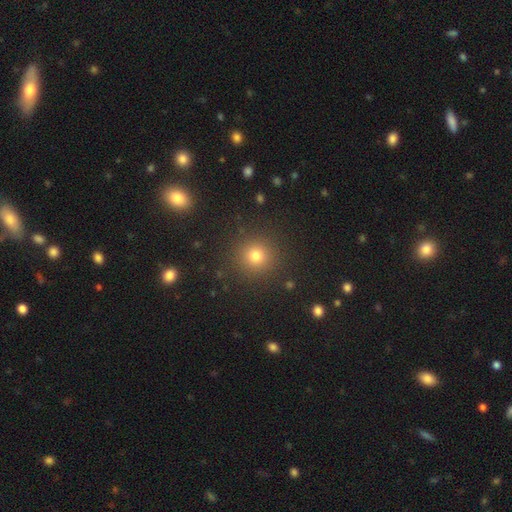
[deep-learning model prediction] Smooth or featured: smooth — 76% (star or artifact — 18%)
How rounded: round — 93% (in between — 6%)
Merging: none — 90% (minor disturbance — 6%)